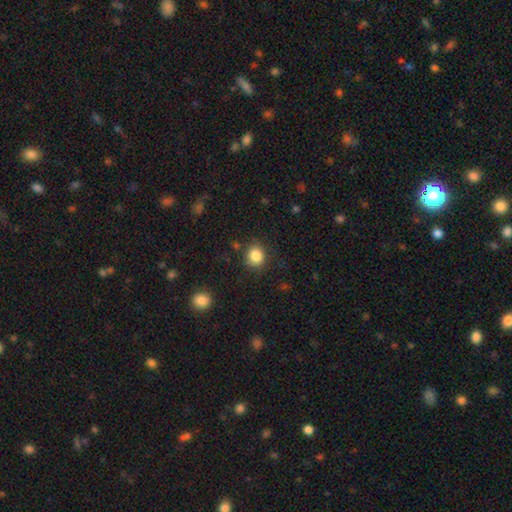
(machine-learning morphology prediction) A smooth galaxy with no disk features (85%) that is round (75%).

Vote fractions:
- Smooth or featured? smooth: 85% / star or artifact: 10% / featured or disk: 5%
- How rounded? round: 75% / in between: 24% / cigar-shaped: 1%
- Merging? none: 83% / minor disturbance: 11% / major disturbance: 3% / merger: 2%